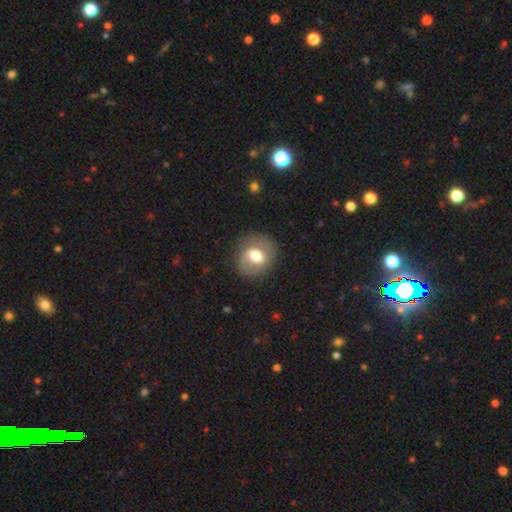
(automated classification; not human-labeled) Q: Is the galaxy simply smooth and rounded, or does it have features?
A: smooth — 49%.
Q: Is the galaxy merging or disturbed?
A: none — 81%.